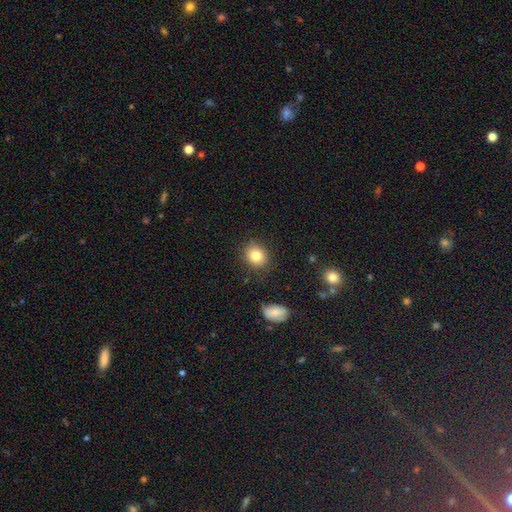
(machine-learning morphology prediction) Smooth or featured?
  - smooth: 82% *
  - star or artifact: 10%
  - featured or disk: 8%
How rounded?
  - round: 75% *
  - in between: 24%
  - cigar-shaped: 1%
Merging?
  - none: 85% *
  - minor disturbance: 10%
  - major disturbance: 3%
  - merger: 2%